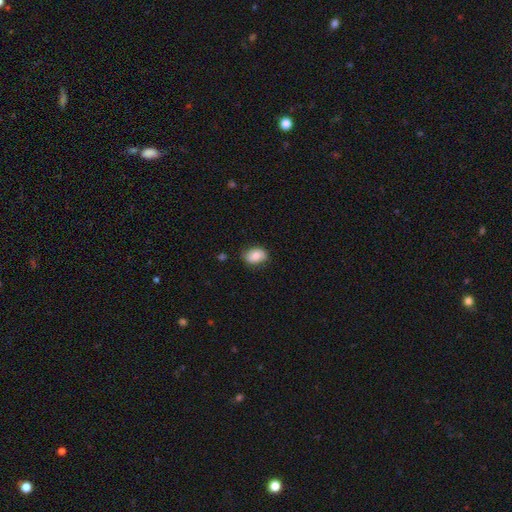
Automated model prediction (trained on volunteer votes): smooth 79%, featured or disk 13%, star or artifact 8%. Down the decision tree: how rounded — in between (81%); merging — none (79%).